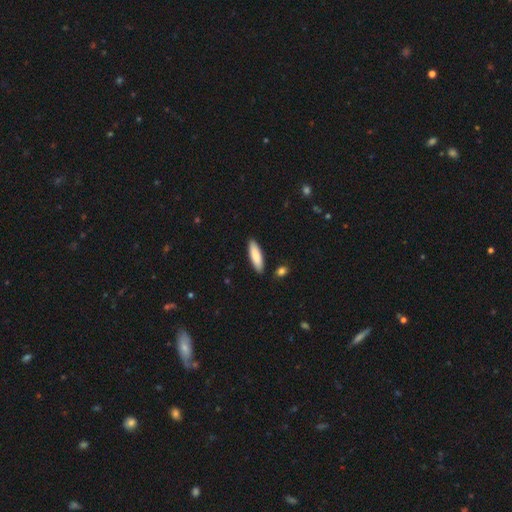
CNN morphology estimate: A smooth galaxy with no disk features (85%) that is cigar-shaped (60%). Merging: none (88%).